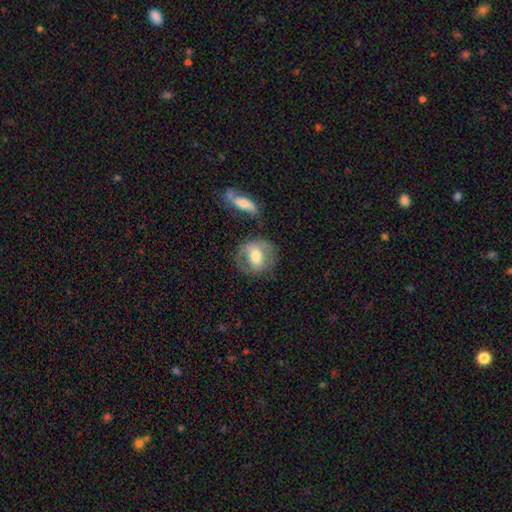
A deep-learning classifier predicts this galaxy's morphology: Q: Smooth or featured?
A: featured or disk (48%); runner-up: smooth (46%)
Q: Merging?
A: none (61%); runner-up: minor disturbance (19%)